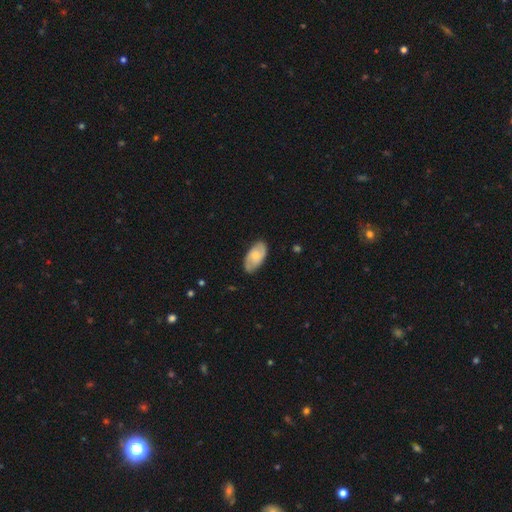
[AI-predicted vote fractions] Smooth or featured: featured or disk — 48% (smooth — 46%)
Merging: none — 80% (minor disturbance — 16%)